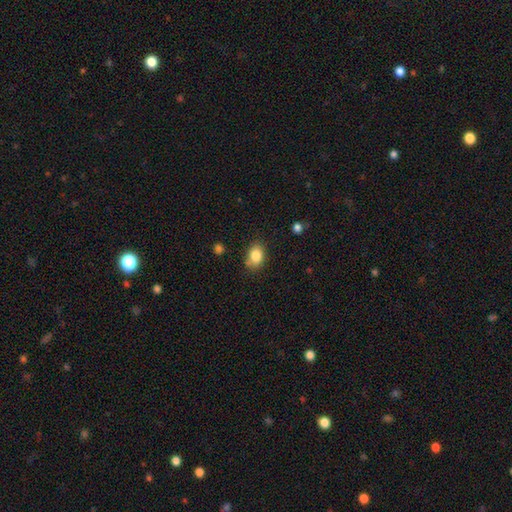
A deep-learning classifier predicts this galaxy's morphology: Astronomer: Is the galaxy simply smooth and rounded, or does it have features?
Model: smooth — 85%.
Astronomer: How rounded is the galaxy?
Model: in between — 70%.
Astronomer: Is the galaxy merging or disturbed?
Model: none — 75%.